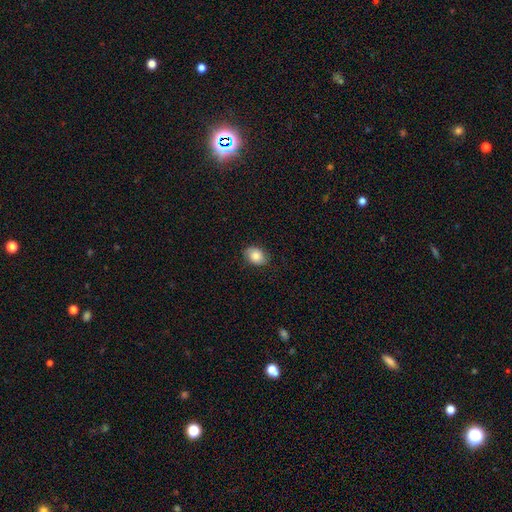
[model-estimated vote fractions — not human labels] Q: Smooth or featured?
A: smooth (82%); runner-up: featured or disk (11%)
Q: How rounded?
A: in between (66%); runner-up: round (33%)
Q: Merging?
A: none (82%); runner-up: minor disturbance (14%)